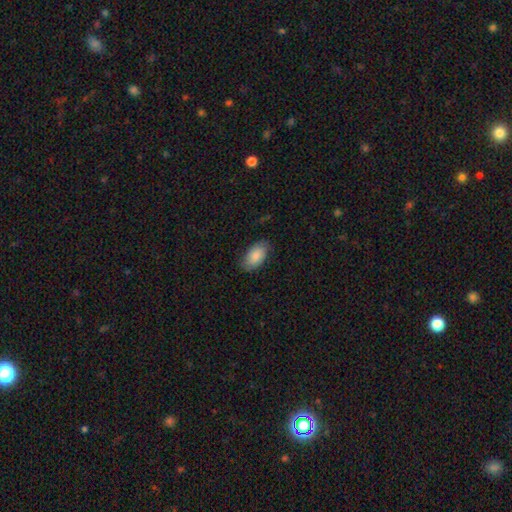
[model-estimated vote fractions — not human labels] The model was most divided on "merging": none: 79%, minor disturbance: 17%, major disturbance: 4%, merger: 1%. More confident: how rounded — in between (94%); smooth or featured — smooth (78%).